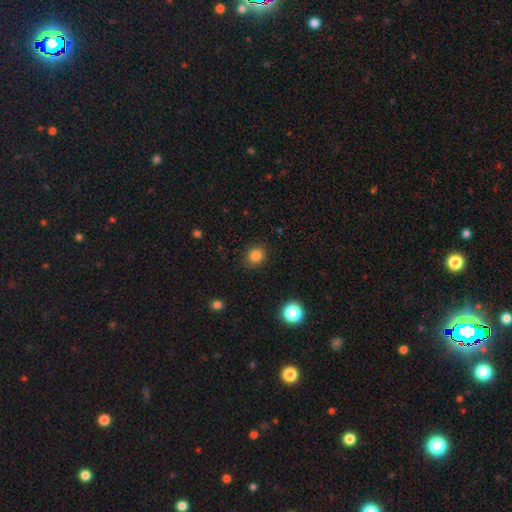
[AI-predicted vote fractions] The model was most divided on "how rounded": round: 76%, in between: 23%, cigar-shaped: 1%. More confident: merging — none (86%); smooth or featured — smooth (83%).